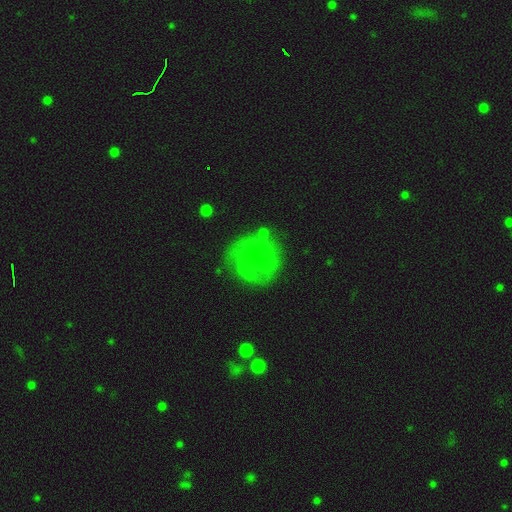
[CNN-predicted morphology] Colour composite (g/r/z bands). It shows a featured or disk galaxy (59%) with a weak bar (44%), spiral arms (67%) and no central bulge (43%). Merging: none (55%).